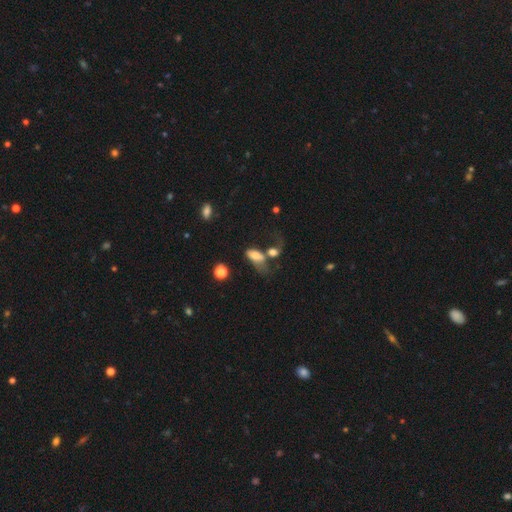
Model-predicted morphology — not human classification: A smooth galaxy with no disk features (65%) that is in between round and cigar-shaped (86%).

Vote fractions:
- Smooth or featured? smooth: 65% / featured or disk: 24% / star or artifact: 11%
- How rounded? in between: 86% / round: 8% / cigar-shaped: 6%
- Merging? merger: 52% / major disturbance: 23% / none: 15% / minor disturbance: 10%